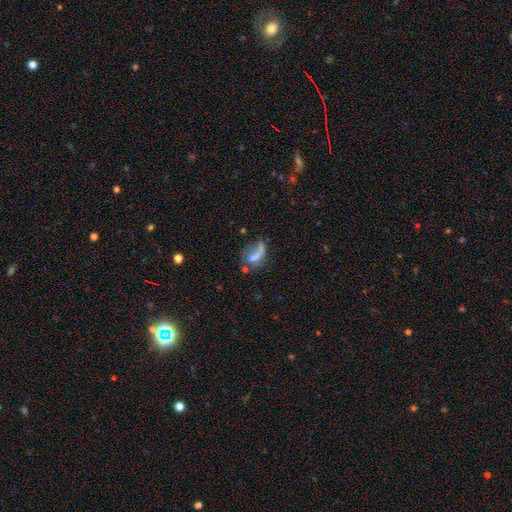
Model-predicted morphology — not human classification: Smooth or featured? Predicted: smooth (p=0.46). Merging? Predicted: major disturbance (p=0.44).